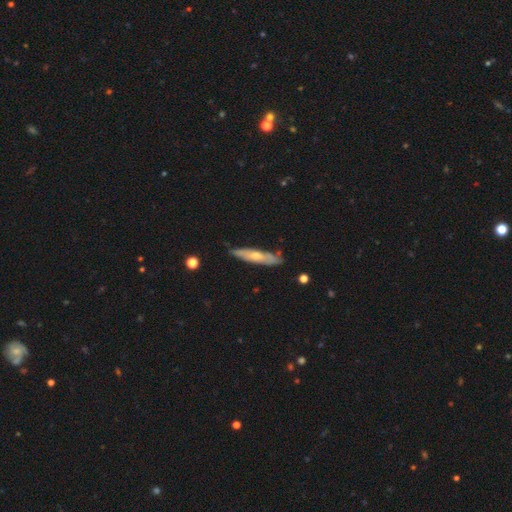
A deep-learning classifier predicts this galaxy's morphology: This appears to be a featured or disk galaxy (55%) viewed edge-on (70%). Merging: none (77%).